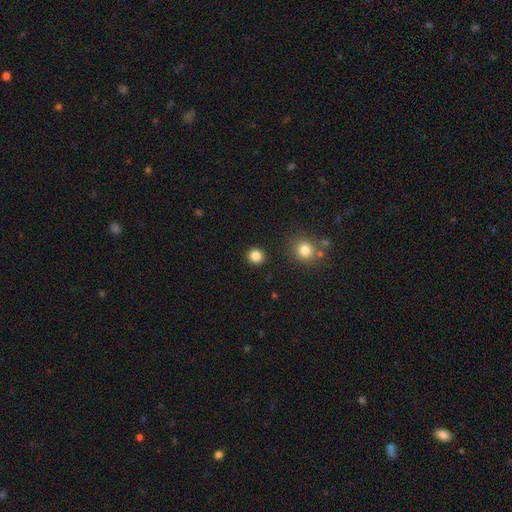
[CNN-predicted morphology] Overall: smooth (84%). How rounded: round (89%). Merging: none (91%).